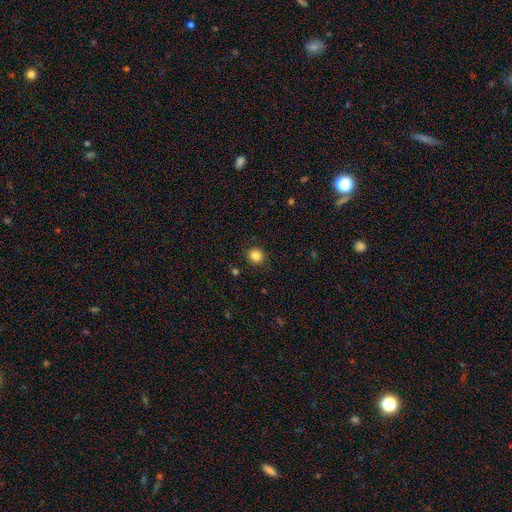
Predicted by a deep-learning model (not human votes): Smooth or featured? Predicted: smooth (p=0.85). How rounded? Predicted: round (p=0.89). Merging? Predicted: none (p=0.90).